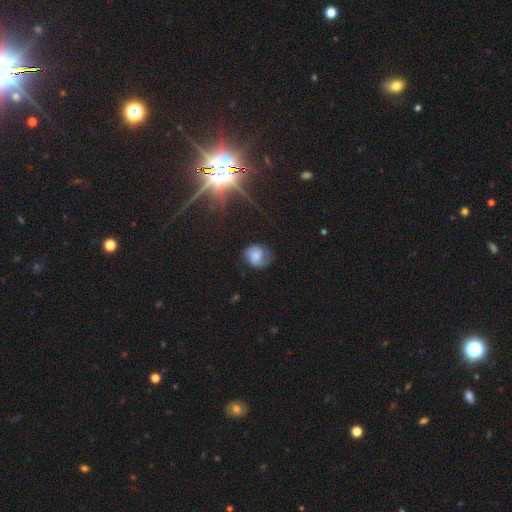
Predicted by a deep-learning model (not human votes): Q: Smooth or featured?
A: smooth (52%); runner-up: featured or disk (37%)
Q: How rounded?
A: round (66%); runner-up: in between (33%)
Q: Merging?
A: none (64%); runner-up: minor disturbance (25%)